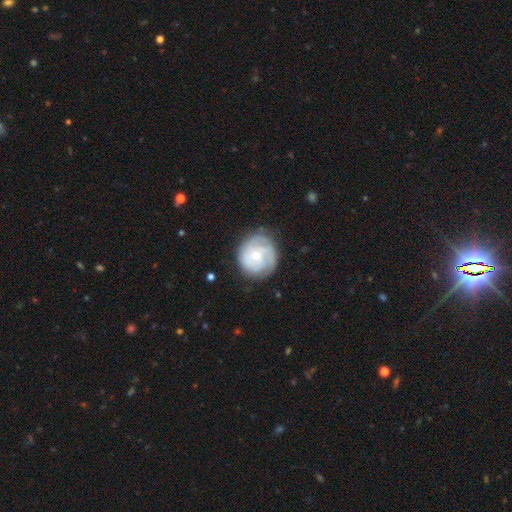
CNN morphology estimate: A featured or disk galaxy (71%) with no bar (78%), tight (71%) spiral arms (87%) and a moderate central bulge (52%).

Vote fractions:
- Smooth or featured? featured or disk: 71% / smooth: 23% / star or artifact: 6%
- Edge-on disk? no: 97% / yes: 3%
- Bar? no: 78% / weak: 19% / strong: 3%
- Spiral arms? yes: 87% / no: 13%
- Spiral winding? tight: 71% / medium: 22% / loose: 7%
- Spiral arm count? can't tell: 39% / 3: 23% / 2: 20% / 4: 7% / 1: 6% / more than 4: 5%
- Bulge size? moderate: 52% / small: 45% / large: 2% / none: 1% / dominant: 1%
- Merging? none: 75% / minor disturbance: 17% / major disturbance: 6% / merger: 1%